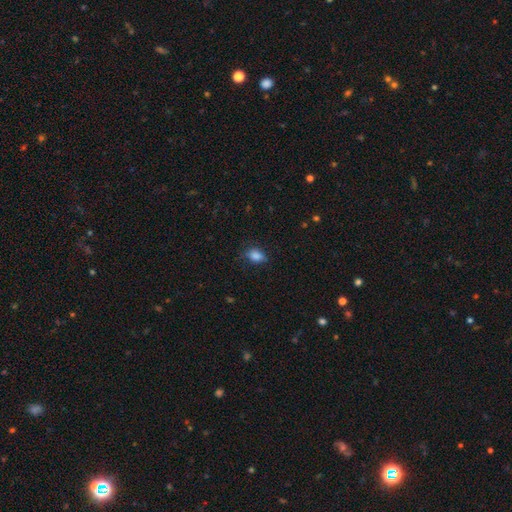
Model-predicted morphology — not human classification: smooth 83%, star or artifact 10%, featured or disk 7%. Down the decision tree: how rounded — in between (77%); merging — none (65%).